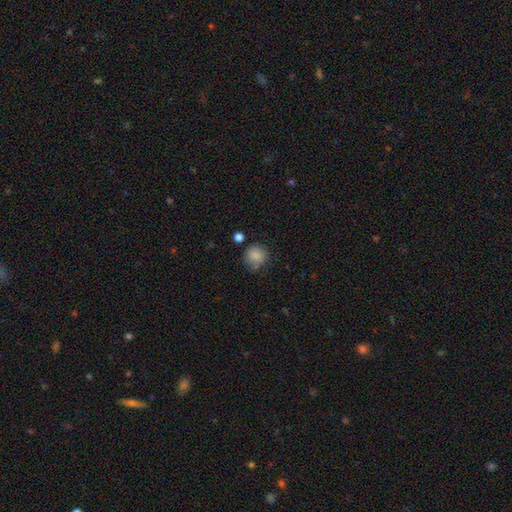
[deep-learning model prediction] Smooth or featured? smooth (84%)
How rounded? round (85%)
Merging? none (75%)